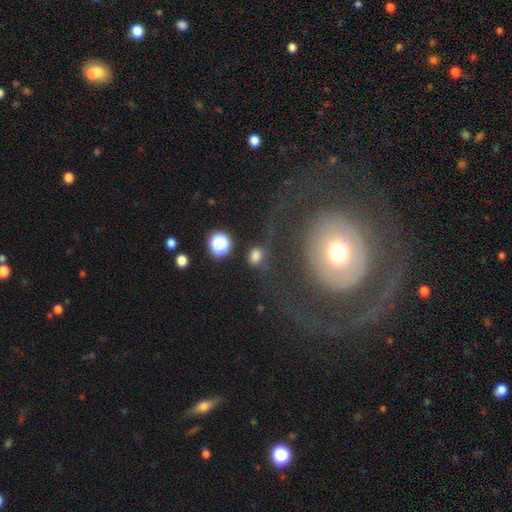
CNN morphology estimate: smooth 72%, star or artifact 19%, featured or disk 9%. Down the decision tree: how rounded — in between (54%); merging — none (57%).